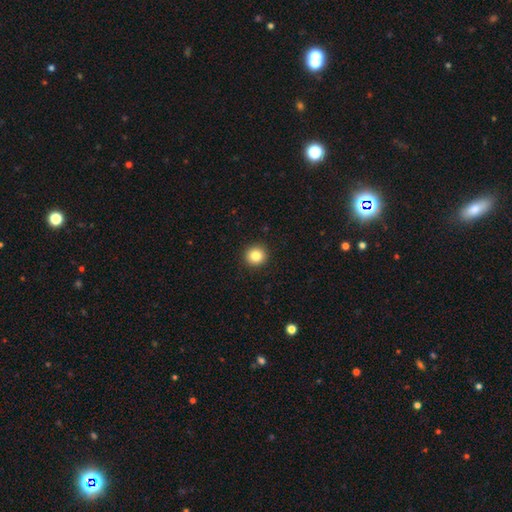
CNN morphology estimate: smooth-or-featured: smooth: 84% | star or artifact: 10% | featured or disk: 6%
  how-rounded: round: 93% | in between: 6% | cigar-shaped: 1%
  merging: none: 93% | minor disturbance: 5% | major disturbance: 2% | merger: 1%